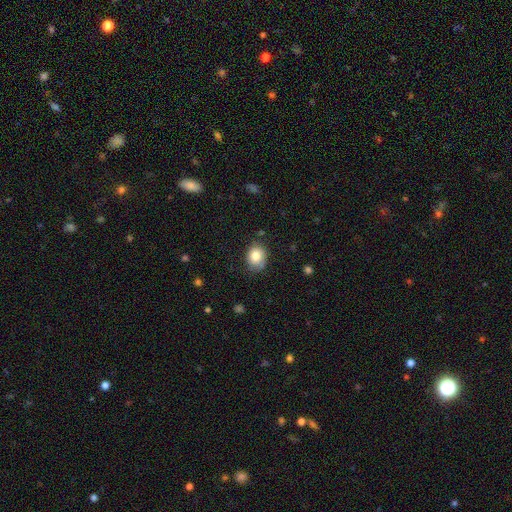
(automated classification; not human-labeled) This is clearly a smooth galaxy (81%). How rounded: possibly round (51%). Merging: likely none (74%).